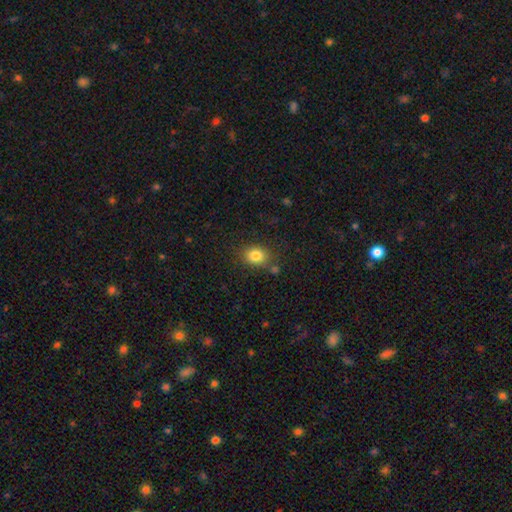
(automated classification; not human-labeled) Smooth or featured?
  - smooth: 82% *
  - star or artifact: 11%
  - featured or disk: 7%
How rounded?
  - round: 55% *
  - in between: 44%
  - cigar-shaped: 1%
Merging?
  - none: 75% *
  - minor disturbance: 14%
  - merger: 7%
  - major disturbance: 4%